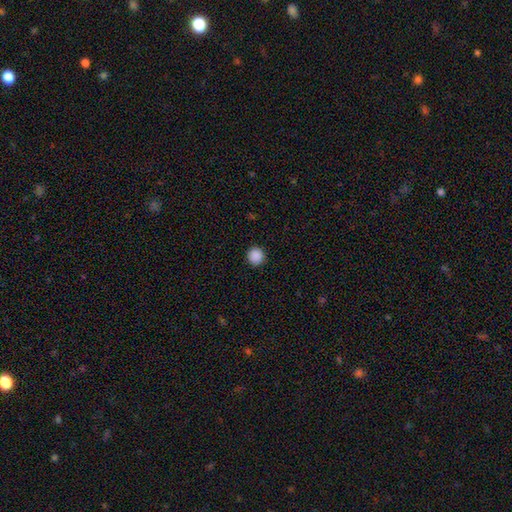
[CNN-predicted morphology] Smooth or featured?
  - smooth: 89% *
  - star or artifact: 9%
  - featured or disk: 2%
How rounded?
  - round: 94% *
  - in between: 5%
  - cigar-shaped: 1%
Merging?
  - none: 92% *
  - minor disturbance: 6%
  - major disturbance: 2%
  - merger: 1%